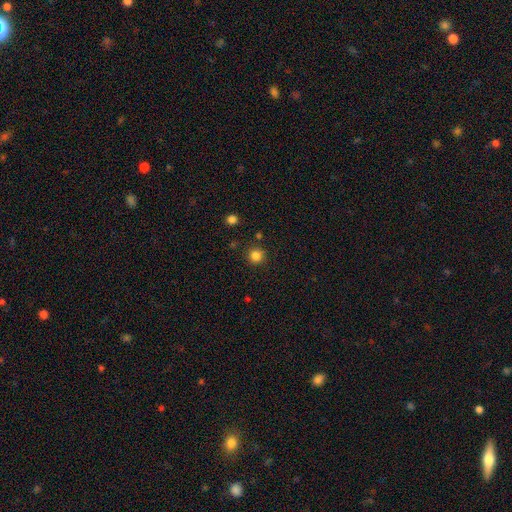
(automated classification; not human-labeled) The model was most divided on "smooth or featured": smooth: 83%, star or artifact: 13%, featured or disk: 4%. More confident: how rounded — round (94%); merging — none (88%).